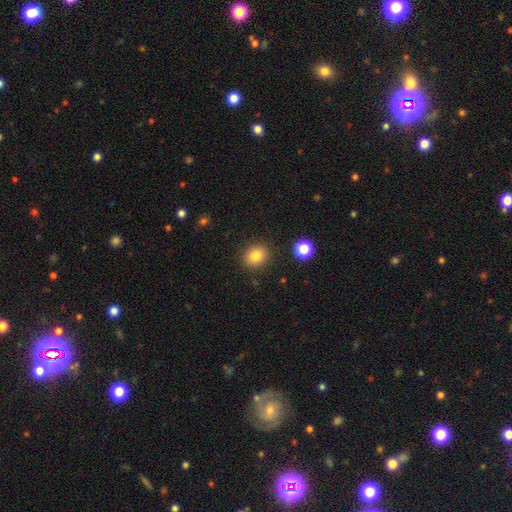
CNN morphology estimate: This is clearly a smooth galaxy (84%). How rounded: likely round (66%). Merging: clearly none (88%).